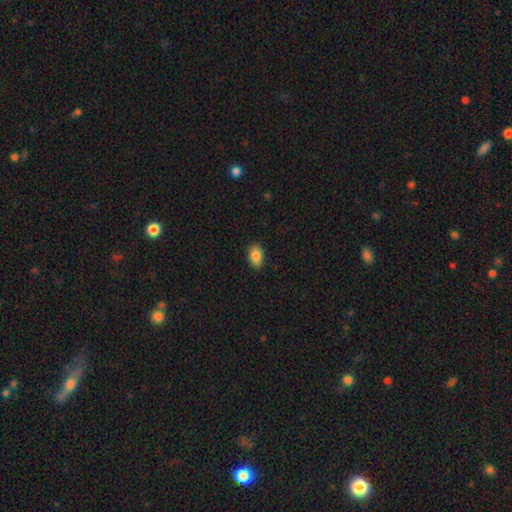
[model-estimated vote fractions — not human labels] smooth_or_featured: smooth (p=0.87) [alt: star or artifact p=0.08]
how_rounded: in between (p=0.87) [alt: round p=0.11]
merging: none (p=0.88) [alt: minor disturbance p=0.09]